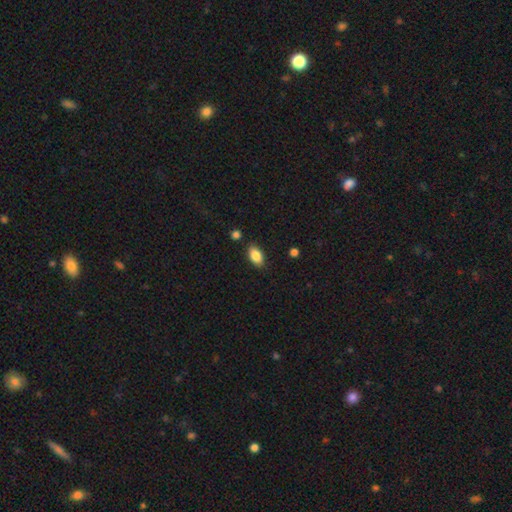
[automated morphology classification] A smooth galaxy with no disk features (87%) that is in between round and cigar-shaped (92%). Merging: none (85%).